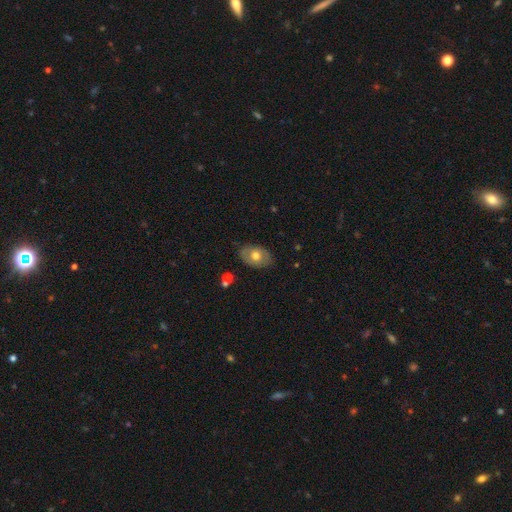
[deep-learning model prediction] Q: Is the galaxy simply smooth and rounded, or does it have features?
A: smooth — 57%.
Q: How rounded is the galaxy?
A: in between — 83%.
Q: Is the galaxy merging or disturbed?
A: none — 81%.